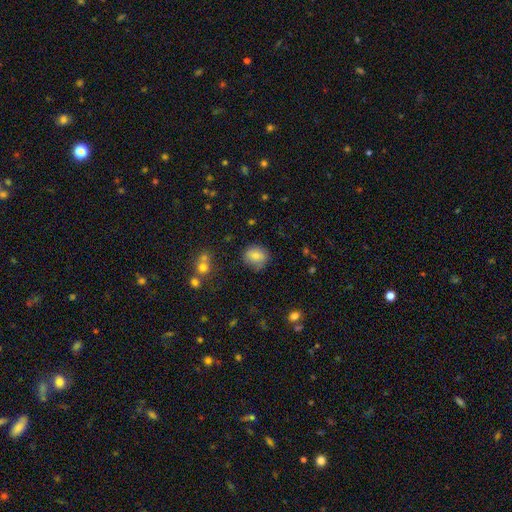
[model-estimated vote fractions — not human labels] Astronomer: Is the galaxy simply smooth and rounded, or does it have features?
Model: smooth — 81%.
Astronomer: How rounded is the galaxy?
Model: round — 77%.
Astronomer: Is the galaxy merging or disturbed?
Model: none — 80%.